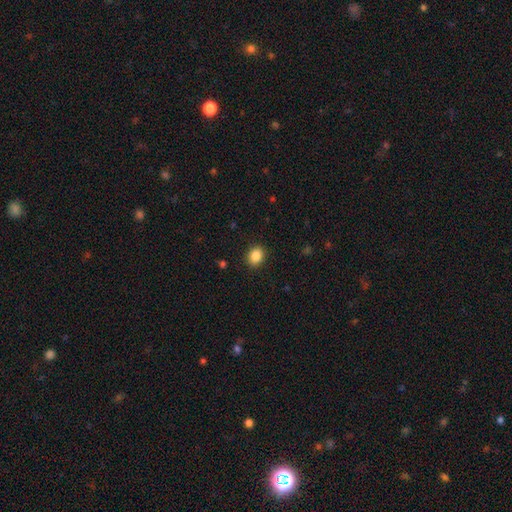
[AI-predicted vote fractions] Morphology: type=smooth (87%); roundness=in between (50%); merging=none (89%).